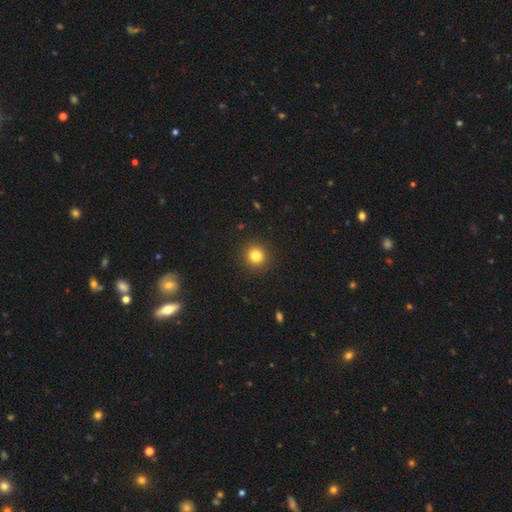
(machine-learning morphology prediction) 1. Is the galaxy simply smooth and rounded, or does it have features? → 82% smooth, 12% star or artifact, 6% featured or disk.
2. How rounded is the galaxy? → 94% round, 5% in between, 1% cigar-shaped.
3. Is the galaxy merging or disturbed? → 92% none, 5% minor disturbance, 2% major disturbance, 1% merger.